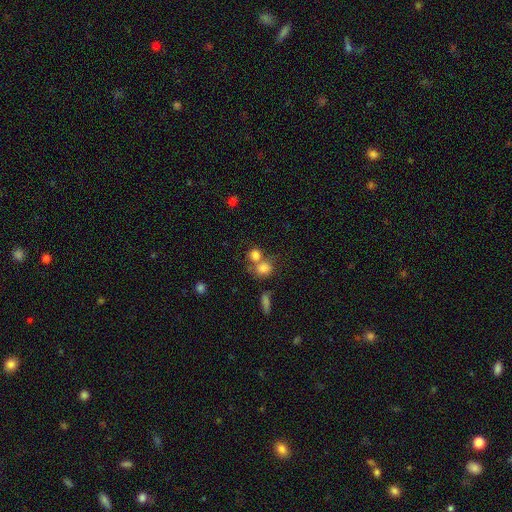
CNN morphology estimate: Overall: smooth (78%). How rounded: round (73%). Merging: merger (49%; none 38%).